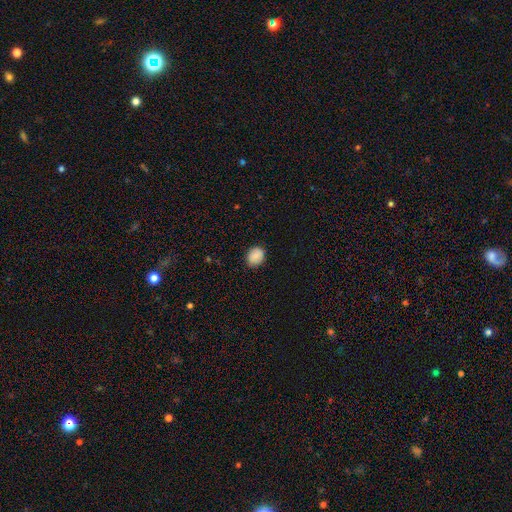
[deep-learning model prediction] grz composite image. It shows a smooth galaxy with no disk features (85%) that is round (52%). Merging: none (81%).